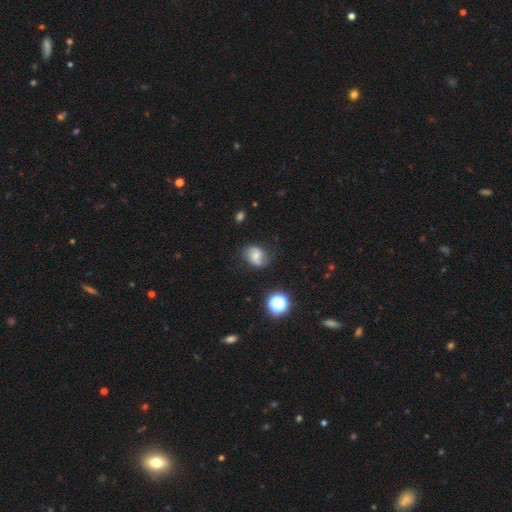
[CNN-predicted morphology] This is possibly a smooth galaxy (50%). How rounded: possibly in between (56%). Merging: likely none (64%).